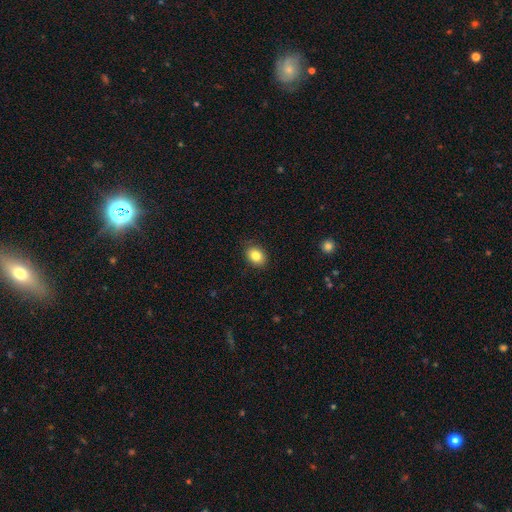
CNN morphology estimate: The model was most divided on "how rounded": in between: 64%, round: 35%, cigar-shaped: 1%. More confident: merging — none (87%); smooth or featured — smooth (84%).